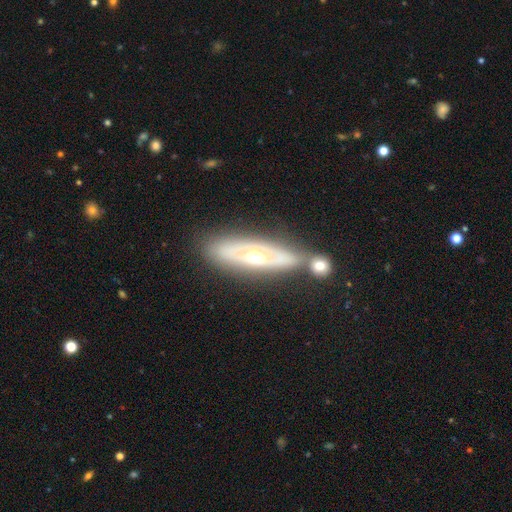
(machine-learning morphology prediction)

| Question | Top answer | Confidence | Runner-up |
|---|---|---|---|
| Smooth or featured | featured or disk | 68% | smooth (26%) |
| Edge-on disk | no | 64% | yes (36%) |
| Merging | none | 63% | merger (15%) |